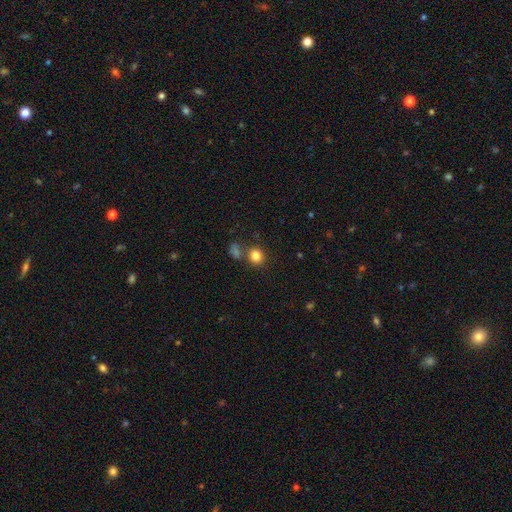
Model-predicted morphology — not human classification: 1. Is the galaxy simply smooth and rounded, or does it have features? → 82% smooth, 12% star or artifact, 6% featured or disk.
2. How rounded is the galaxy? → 84% round, 15% in between, 1% cigar-shaped.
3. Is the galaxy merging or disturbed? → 73% none, 13% merger, 10% minor disturbance, 4% major disturbance.